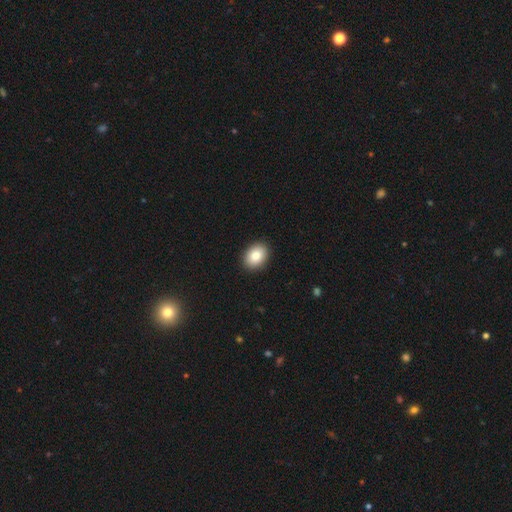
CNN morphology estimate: Q: Smooth or featured?
A: smooth (84%); runner-up: featured or disk (8%)
Q: How rounded?
A: in between (66%); runner-up: round (33%)
Q: Merging?
A: none (91%); runner-up: minor disturbance (6%)